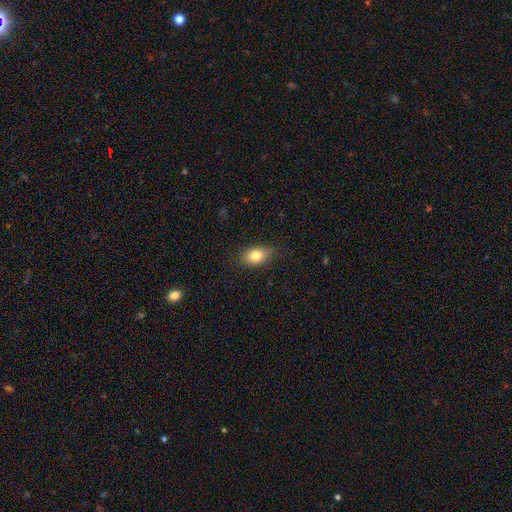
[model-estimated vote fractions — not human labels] smooth-or-featured: smooth: 80% | featured or disk: 11% | star or artifact: 9%
  how-rounded: in between: 82% | round: 15% | cigar-shaped: 3%
  merging: none: 79% | minor disturbance: 17% | major disturbance: 3% | merger: 1%